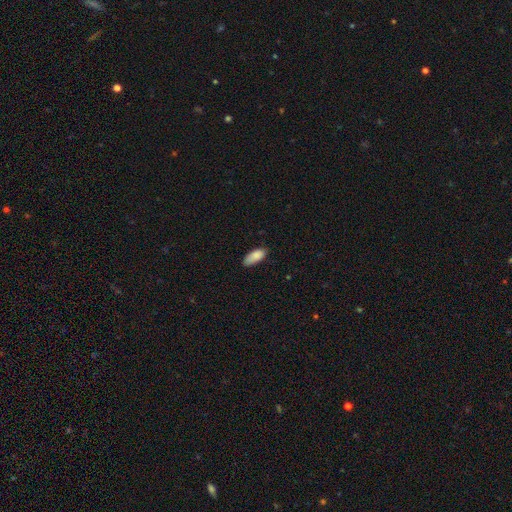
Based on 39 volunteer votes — This appears to be a smooth galaxy with no disk features (92%) that is in between round and cigar-shaped (92%). Merging: none (79%).